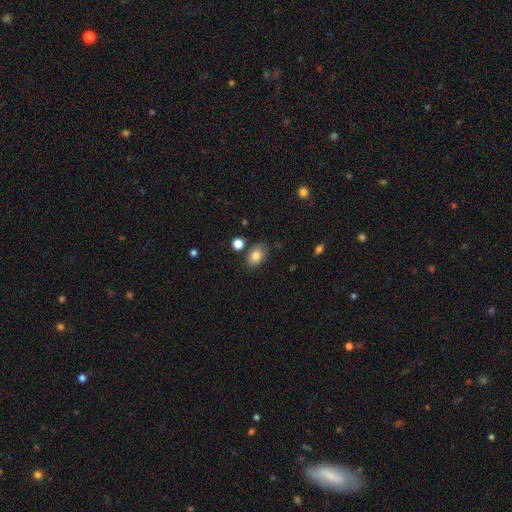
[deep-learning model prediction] A smooth galaxy with no disk features (81%) that is in between round and cigar-shaped (83%).

Vote fractions:
- Smooth or featured? smooth: 81% / featured or disk: 10% / star or artifact: 9%
- How rounded? in between: 83% / round: 15% / cigar-shaped: 1%
- Merging? none: 77% / minor disturbance: 14% / merger: 5% / major disturbance: 3%